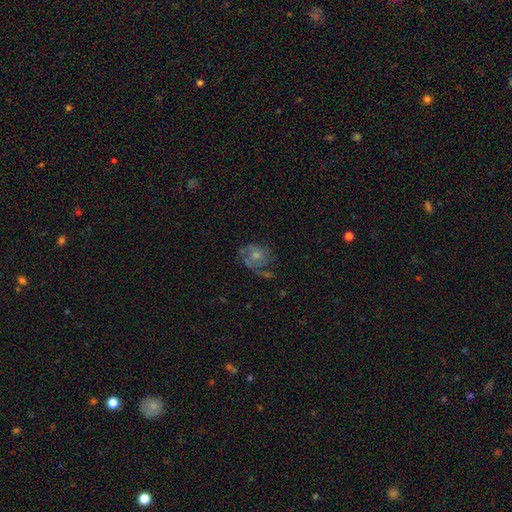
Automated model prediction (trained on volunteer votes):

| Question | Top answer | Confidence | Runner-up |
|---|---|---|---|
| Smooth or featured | featured or disk | 60% | smooth (31%) |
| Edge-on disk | no | 98% | yes (2%) |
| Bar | no | 77% | weak (20%) |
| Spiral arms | yes | 70% | no (30%) |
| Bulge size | moderate | 46% | small (35%) |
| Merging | none | 46% | major disturbance (26%) |